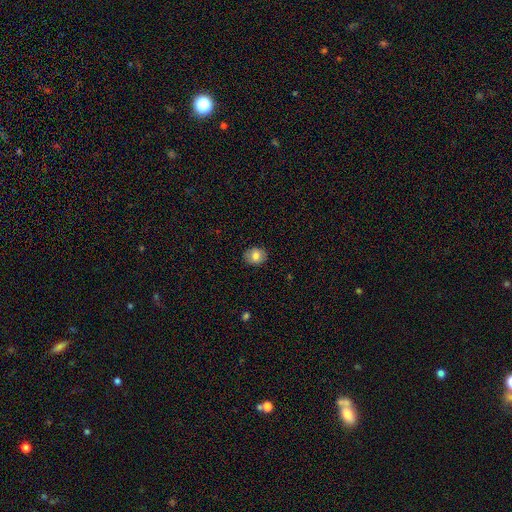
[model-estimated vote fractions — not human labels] A smooth galaxy with no disk features (79%) that is round (61%).

Vote fractions:
- Smooth or featured? smooth: 79% / featured or disk: 12% / star or artifact: 9%
- How rounded? round: 61% / in between: 38% / cigar-shaped: 1%
- Merging? none: 86% / minor disturbance: 10% / major disturbance: 2% / merger: 1%